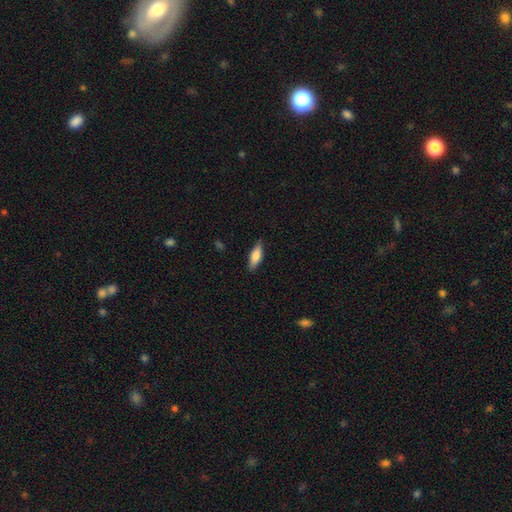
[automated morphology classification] Smooth or featured: smooth — 75% (featured or disk — 19%)
How rounded: in between — 63% (cigar-shaped — 35%)
Merging: none — 84% (minor disturbance — 12%)